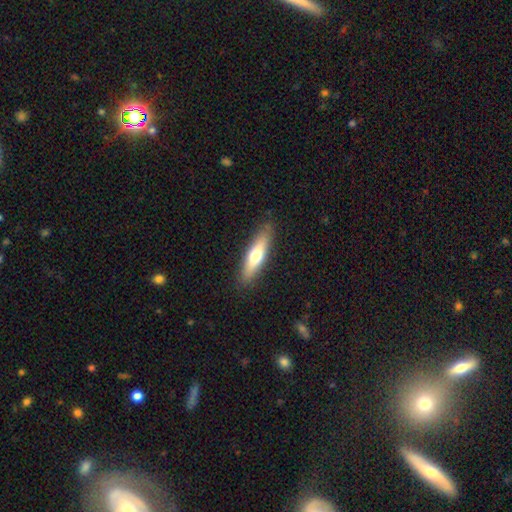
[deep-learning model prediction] smooth_or_featured: smooth (p=0.57) [alt: featured or disk p=0.37]
how_rounded: cigar-shaped (p=0.72) [alt: in between p=0.26]
merging: none (p=0.87) [alt: minor disturbance p=0.10]